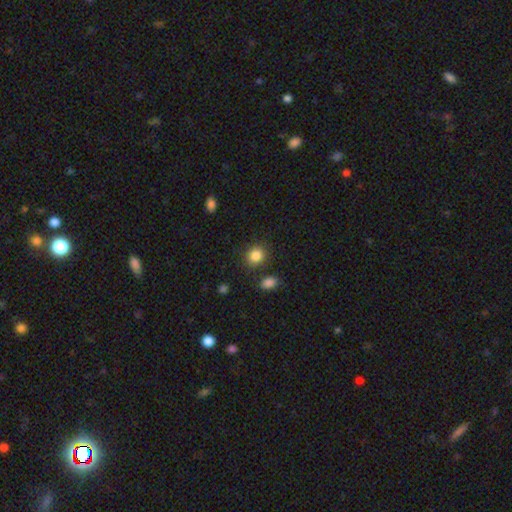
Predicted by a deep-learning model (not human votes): smooth-or-featured: smooth: 87% | star or artifact: 9% | featured or disk: 4%
  how-rounded: round: 73% | in between: 26% | cigar-shaped: 1%
  merging: none: 82% | minor disturbance: 10% | merger: 5% | major disturbance: 3%